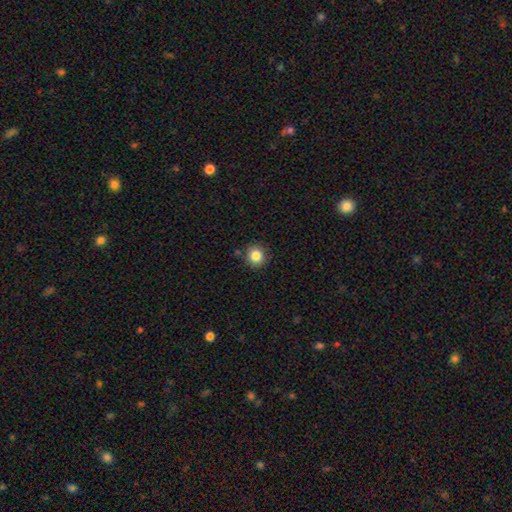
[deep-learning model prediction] Morphology: type=smooth (84%); roundness=round (89%); merging=none (86%).